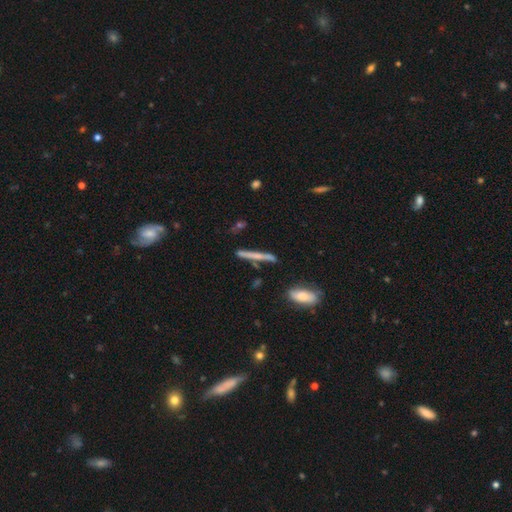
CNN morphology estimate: smooth-or-featured: featured or disk: 46% | smooth: 45% | star or artifact: 8%
  merging: none: 83% | minor disturbance: 11% | merger: 4% | major disturbance: 2%